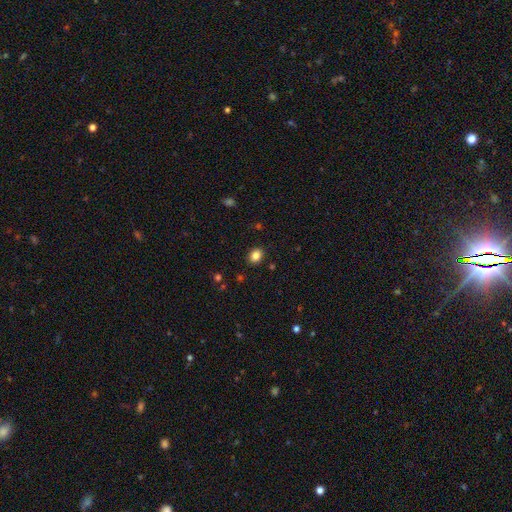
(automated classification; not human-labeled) The model was most divided on "how rounded": in between: 53%, round: 46%, cigar-shaped: 1%. More confident: merging — none (89%); smooth or featured — smooth (84%).